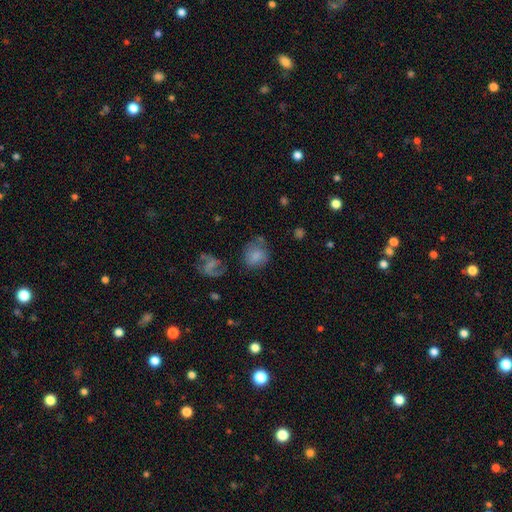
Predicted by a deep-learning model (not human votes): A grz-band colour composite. It shows a smooth galaxy with no disk features (66%) that is round (66%). Merging: none (56%).